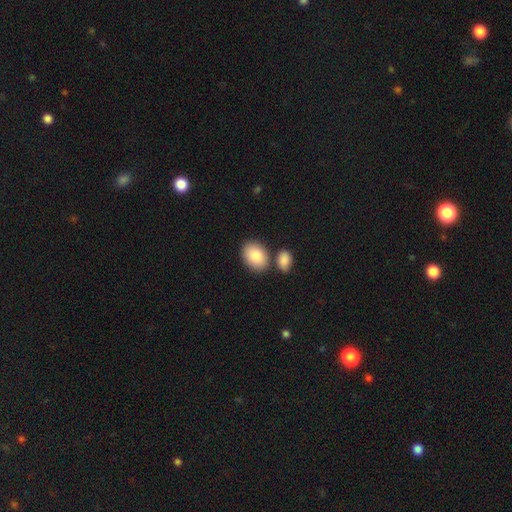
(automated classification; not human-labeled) Smooth or featured: smooth — 85% (featured or disk — 9%)
How rounded: in between — 79% (round — 20%)
Merging: none — 71% (merger — 16%)